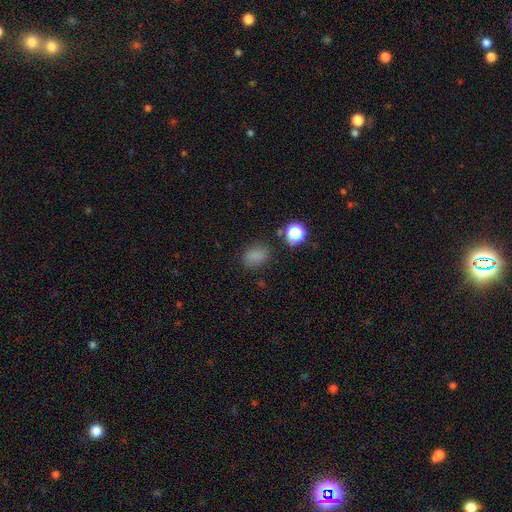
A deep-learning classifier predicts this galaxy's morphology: smooth_or_featured: smooth (p=0.78) [alt: star or artifact p=0.16]
how_rounded: in between (p=0.67) [alt: round p=0.31]
merging: none (p=0.76) [alt: minor disturbance p=0.15]